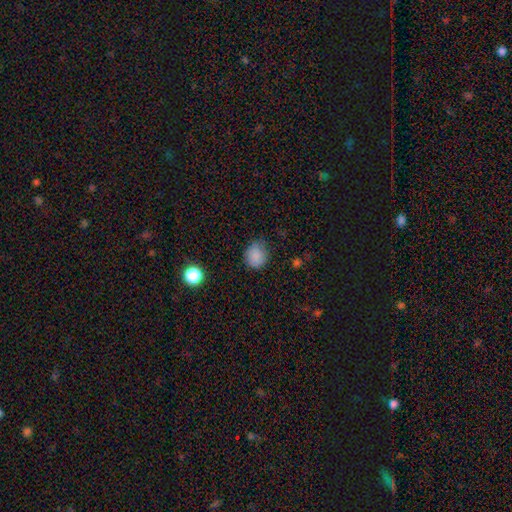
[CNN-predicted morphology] A smooth galaxy with no disk features (85%) that is round (80%). Merging: none (75%).